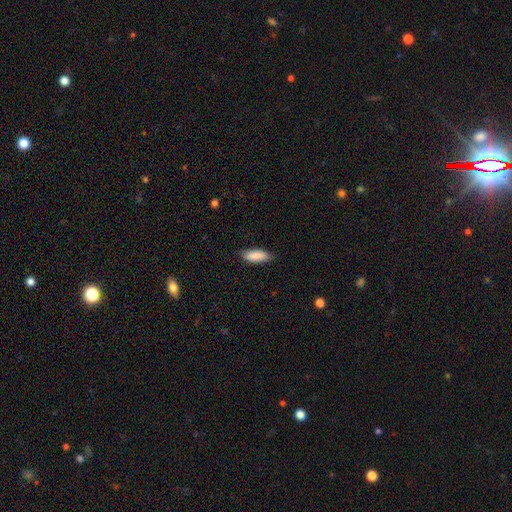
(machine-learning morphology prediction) Smooth or featured? smooth (89%)
How rounded? in between (69%)
Merging? none (83%)